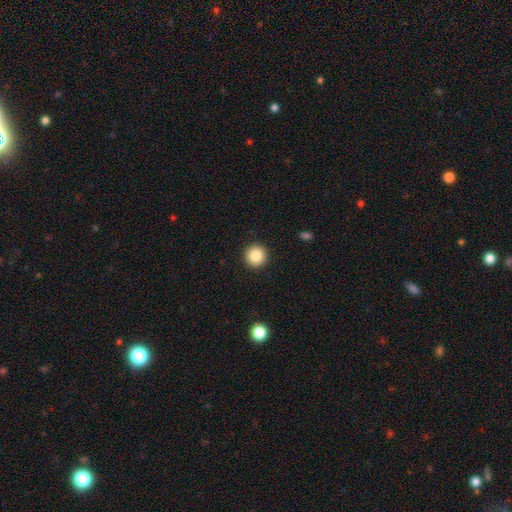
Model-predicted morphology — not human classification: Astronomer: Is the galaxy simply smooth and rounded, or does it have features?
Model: smooth — 86%.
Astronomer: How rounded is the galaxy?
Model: round — 95%.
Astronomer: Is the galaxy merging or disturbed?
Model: none — 93%.